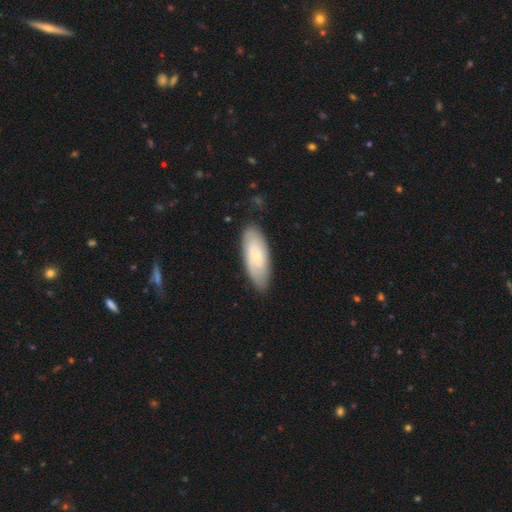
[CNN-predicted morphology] Smooth or featured? featured or disk (52%)
Edge-on disk? no (88%)
Merging? none (78%)